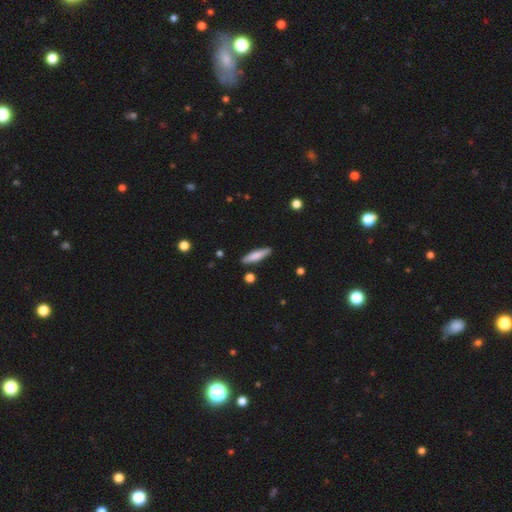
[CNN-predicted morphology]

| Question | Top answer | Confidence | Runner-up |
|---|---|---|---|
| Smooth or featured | smooth | 74% | featured or disk (21%) |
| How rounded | cigar-shaped | 82% | in between (17%) |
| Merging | none | 88% | minor disturbance (9%) |